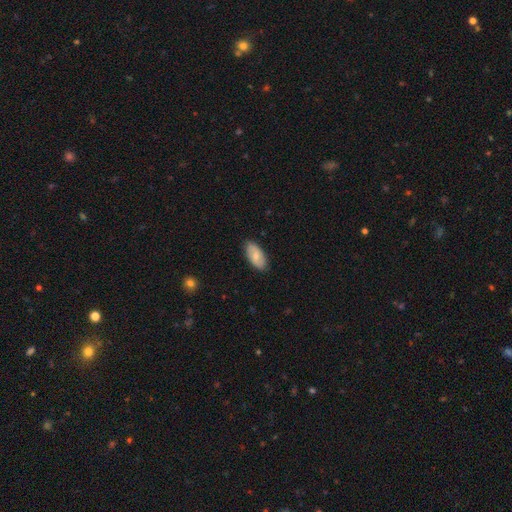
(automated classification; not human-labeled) The model was most divided on "smooth or featured": smooth: 66%, featured or disk: 29%, star or artifact: 6%. More confident: how rounded — in between (92%); merging — none (85%).